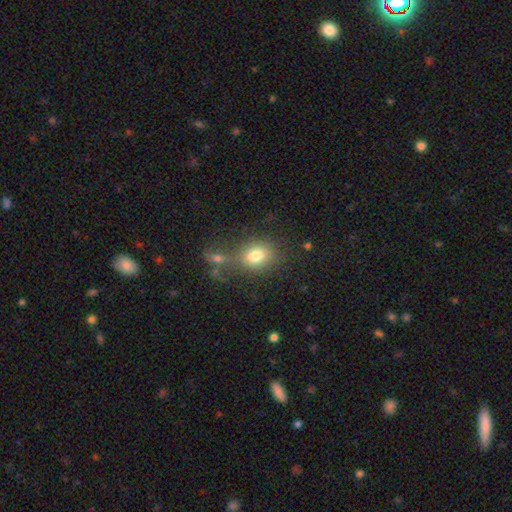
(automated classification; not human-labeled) Smooth or featured? smooth (77%)
How rounded? in between (54%)
Merging? none (59%)